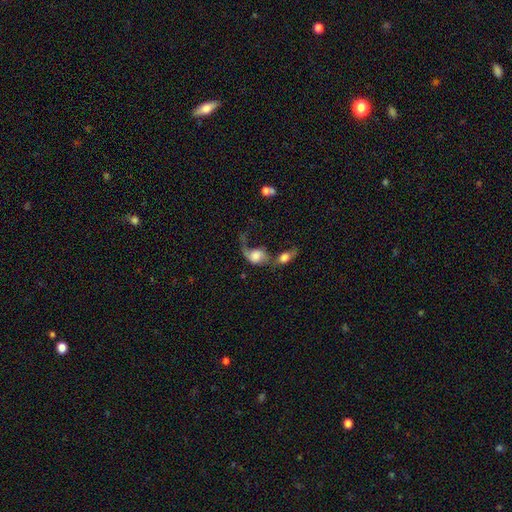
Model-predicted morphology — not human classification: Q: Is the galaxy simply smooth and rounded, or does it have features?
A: smooth — 48%.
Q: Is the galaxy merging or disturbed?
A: merger — 52%.